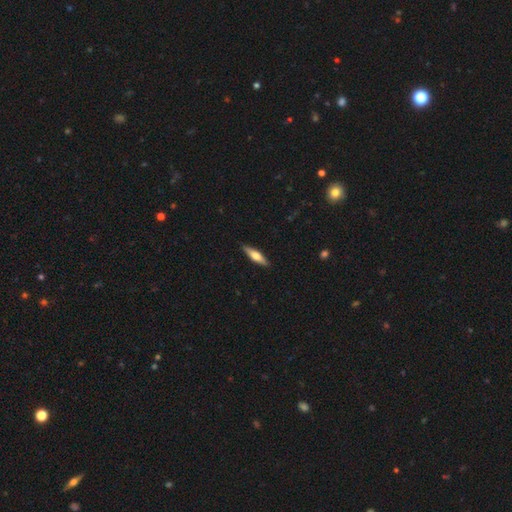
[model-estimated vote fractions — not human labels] Smooth or featured? Predicted: smooth (p=0.50). How rounded? Predicted: cigar-shaped (p=0.71). Merging? Predicted: none (p=0.89).